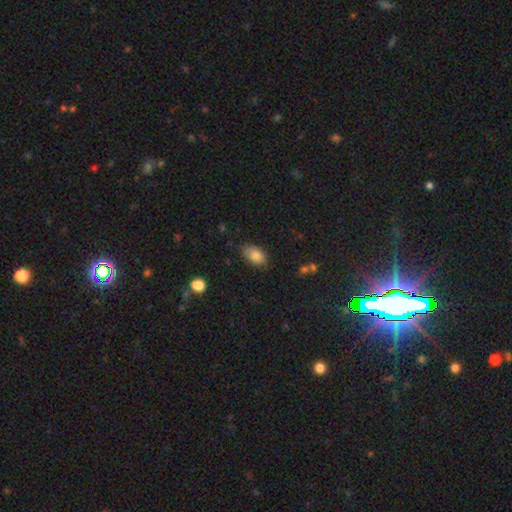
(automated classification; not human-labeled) The model was most divided on "merging": none: 72%, minor disturbance: 23%, major disturbance: 4%, merger: 2%. More confident: how rounded — in between (91%); smooth or featured — smooth (83%).